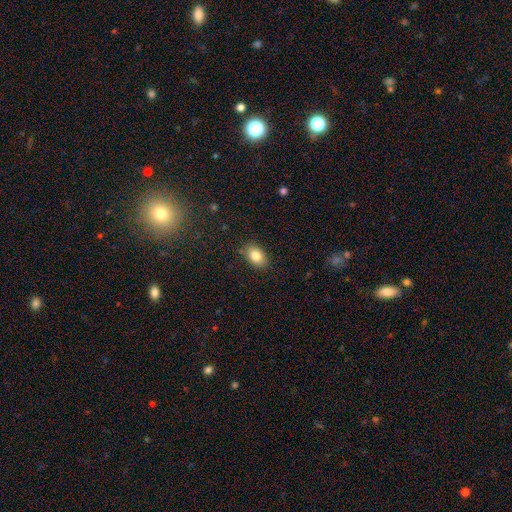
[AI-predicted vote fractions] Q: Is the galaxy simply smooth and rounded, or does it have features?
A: smooth — 84%.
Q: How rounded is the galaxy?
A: in between — 87%.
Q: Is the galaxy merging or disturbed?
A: none — 87%.